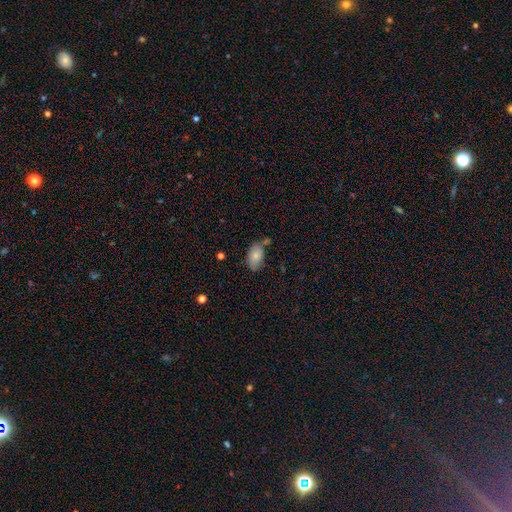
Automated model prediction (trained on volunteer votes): Smooth or featured?
  - smooth: 79% *
  - featured or disk: 14%
  - star or artifact: 8%
How rounded?
  - in between: 91% *
  - round: 8%
  - cigar-shaped: 2%
Merging?
  - none: 59% *
  - minor disturbance: 23%
  - merger: 13%
  - major disturbance: 5%